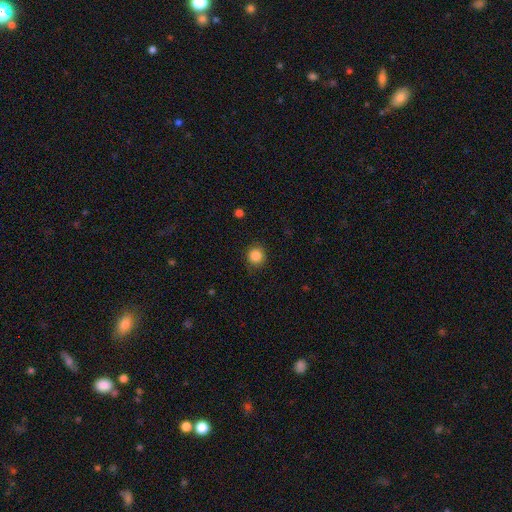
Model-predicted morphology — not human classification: This is clearly a smooth galaxy (86%). How rounded: clearly round (91%). Merging: clearly none (88%).